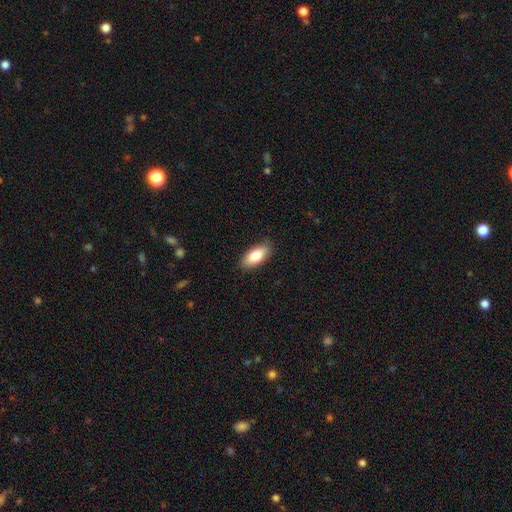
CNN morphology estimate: Smooth or featured? Predicted: smooth (p=0.81). How rounded? Predicted: in between (p=0.86). Merging? Predicted: none (p=0.87).